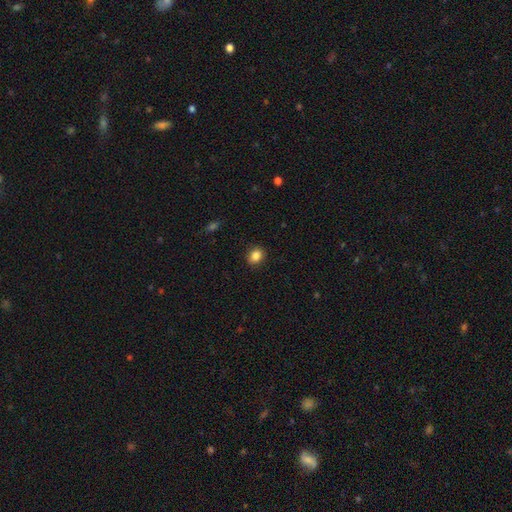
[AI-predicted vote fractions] A smooth galaxy with no disk features (85%) that is round (59%).

Vote fractions:
- Smooth or featured? smooth: 85% / star or artifact: 10% / featured or disk: 5%
- How rounded? round: 59% / in between: 40% / cigar-shaped: 1%
- Merging? none: 89% / minor disturbance: 8% / major disturbance: 2% / merger: 1%